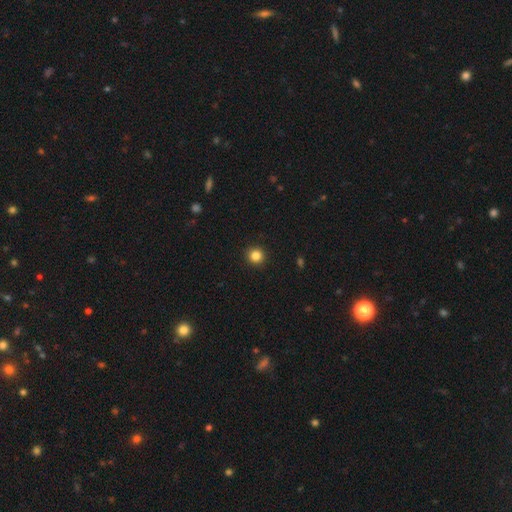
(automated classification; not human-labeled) This is clearly a smooth galaxy (85%). How rounded: clearly round (95%). Merging: clearly none (93%).